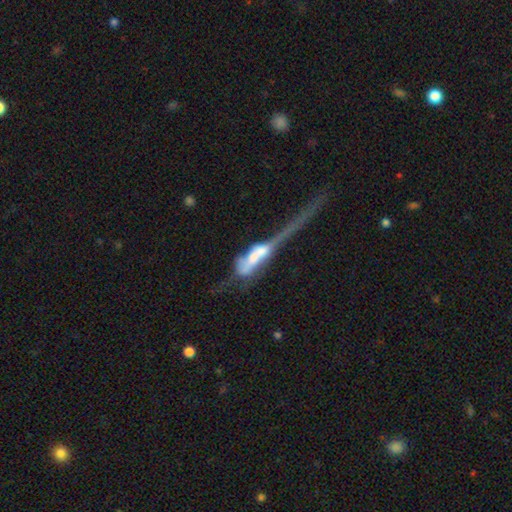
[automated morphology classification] A featured or disk galaxy (56%).

Vote fractions:
- Smooth or featured? featured or disk: 56% / smooth: 35% / star or artifact: 10%
- Edge-on disk? no: 56% / yes: 44%
- Merging? merger: 44% / major disturbance: 34% / none: 12% / minor disturbance: 10%